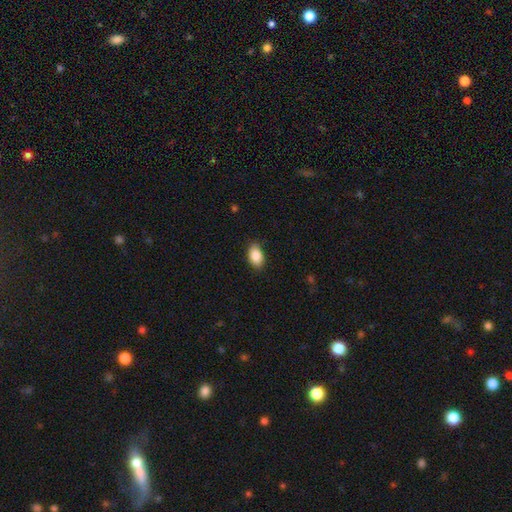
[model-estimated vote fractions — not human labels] Smooth or featured? smooth (89%)
How rounded? in between (91%)
Merging? none (85%)